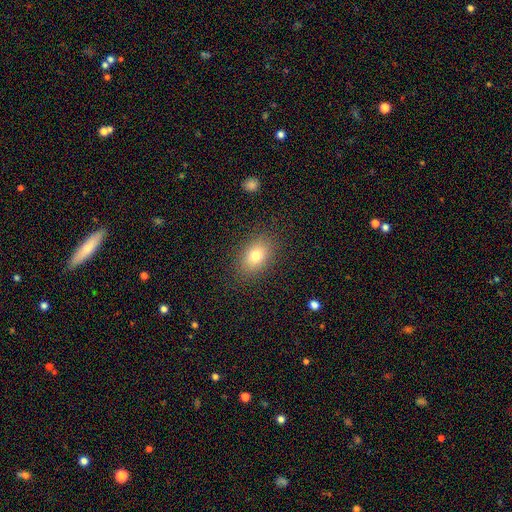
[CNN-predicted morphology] This appears to be a smooth galaxy with no disk features (76%) that is in between round and cigar-shaped (81%). Merging: none (86%).